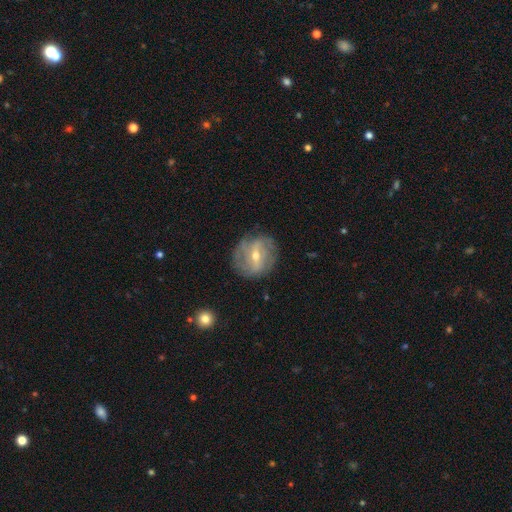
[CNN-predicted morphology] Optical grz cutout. It shows a featured or disk galaxy (78%) with a weak bar (42%, tied with strong), 2 (41%) tight (43%) spiral arms (80%) and a moderate central bulge (52%). Merging: none (76%).